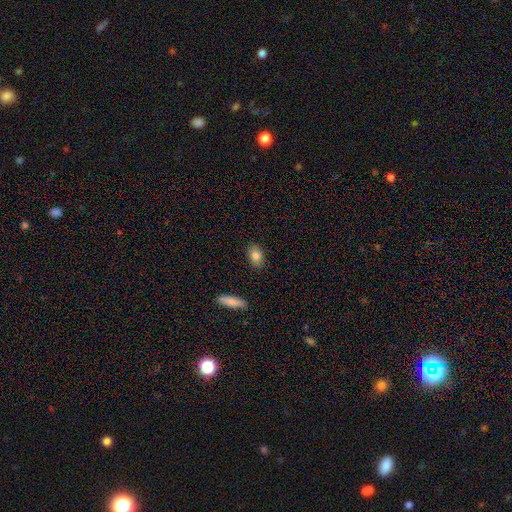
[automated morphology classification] This is clearly a smooth galaxy (84%). How rounded: clearly in between (84%). Merging: clearly none (88%).